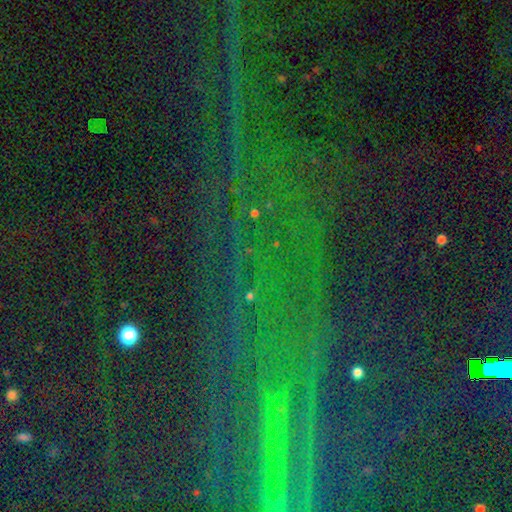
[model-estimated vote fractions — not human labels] A star or artifact, not a galaxy (82%).

Vote fractions:
- Smooth or featured? star or artifact: 82% / smooth: 9% / featured or disk: 9%